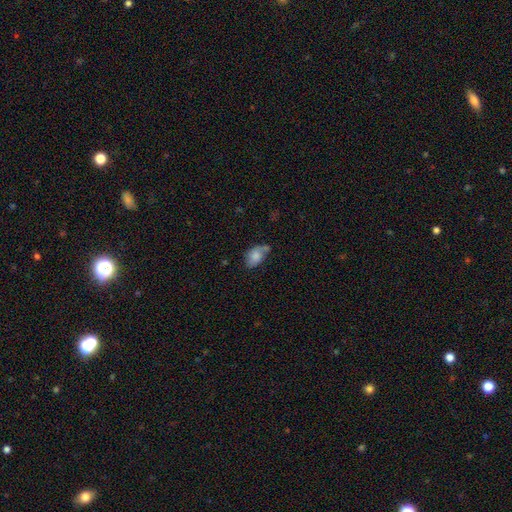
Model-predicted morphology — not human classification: smooth-or-featured: smooth: 74% | featured or disk: 18% | star or artifact: 9%
  how-rounded: in between: 90% | round: 8% | cigar-shaped: 2%
  merging: none: 43% | minor disturbance: 33% | major disturbance: 14% | merger: 11%